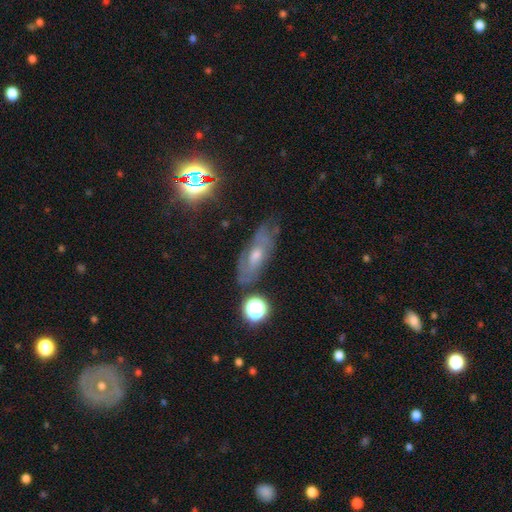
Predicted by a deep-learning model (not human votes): smooth-or-featured: featured or disk: 58% | smooth: 25% | star or artifact: 17%
  disk-edge-on: no: 80% | yes: 20%
  merging: none: 68% | minor disturbance: 22% | major disturbance: 7% | merger: 3%